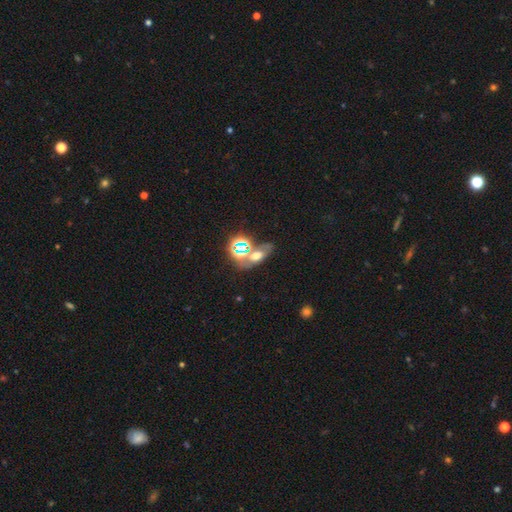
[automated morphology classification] smooth_or_featured: smooth (p=0.41) [alt: star or artifact p=0.37]
merging: none (p=0.46) [alt: merger p=0.31]